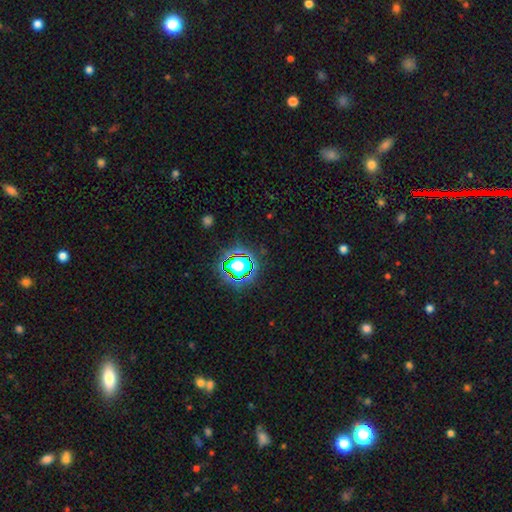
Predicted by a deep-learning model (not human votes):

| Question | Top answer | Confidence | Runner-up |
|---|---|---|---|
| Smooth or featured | star or artifact | 76% | smooth (15%) |